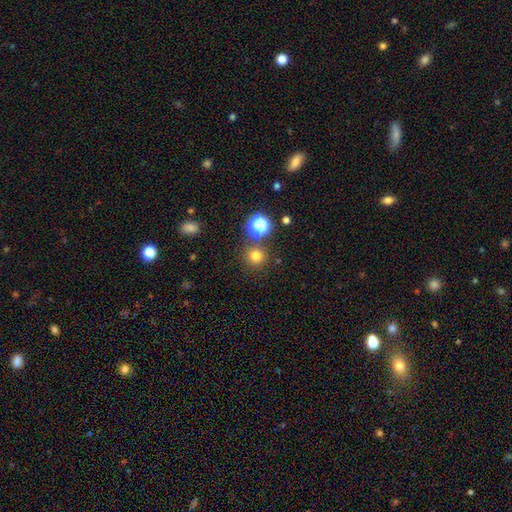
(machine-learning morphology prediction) This is likely a smooth galaxy (74%). How rounded: clearly round (94%). Merging: clearly none (81%).